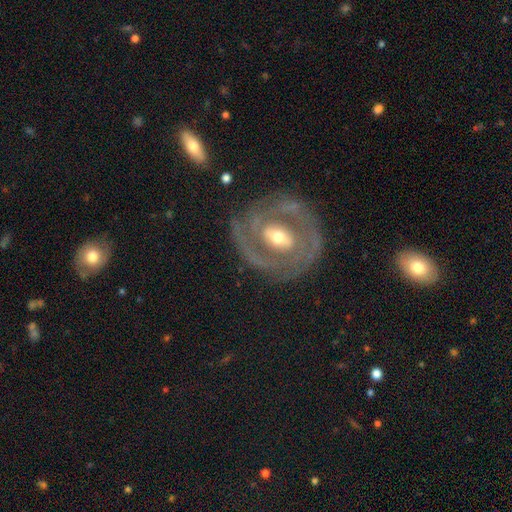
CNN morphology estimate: smooth-or-featured: featured or disk: 79% | smooth: 13% | star or artifact: 8%
  disk-edge-on: no: 93% | yes: 7%
    bar: weak: 38% | strong: 35% | no: 26%
    has-spiral-arms: yes: 66% | no: 34%
    bulge-size: moderate: 66% | small: 26% | large: 6% | none: 1% | dominant: 1%
  merging: none: 75% | minor disturbance: 14% | major disturbance: 8% | merger: 2%